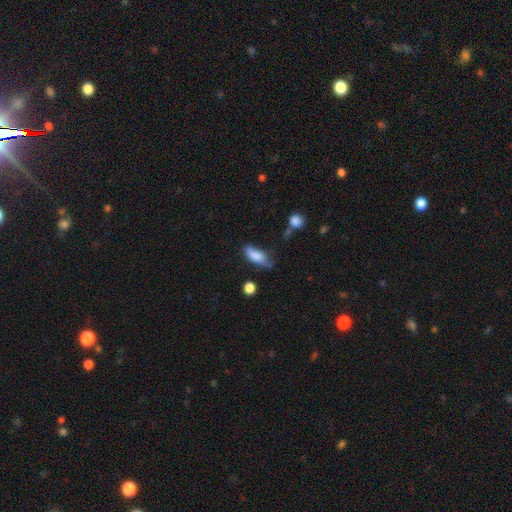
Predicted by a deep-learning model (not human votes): Smooth or featured: smooth — 80% (featured or disk — 13%)
How rounded: in between — 76% (cigar-shaped — 21%)
Merging: none — 45% (minor disturbance — 36%)